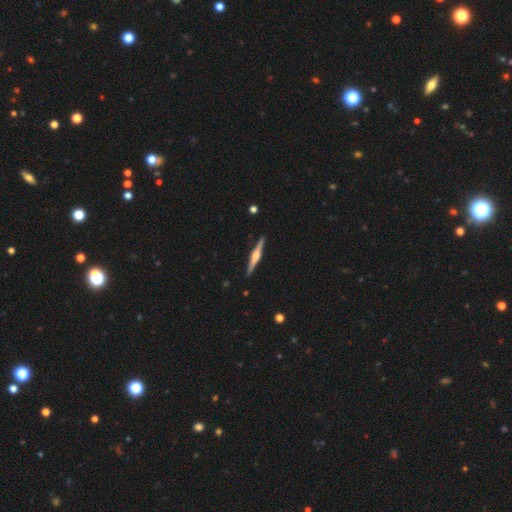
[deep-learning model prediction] featured or disk 77%, smooth 18%, star or artifact 5%. Down the decision tree: edge-on disk — yes (98%); edge-on bulge — rounded (81%); merging — none (92%).